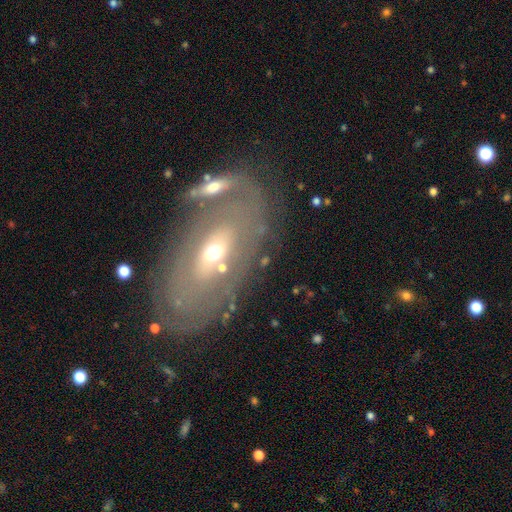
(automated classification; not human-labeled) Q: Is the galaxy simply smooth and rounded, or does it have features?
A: featured or disk — 74%.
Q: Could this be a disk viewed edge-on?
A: no — 89%.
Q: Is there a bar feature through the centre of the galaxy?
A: no — 50%.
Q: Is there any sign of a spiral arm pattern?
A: yes — 67%.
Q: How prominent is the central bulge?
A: moderate — 51%.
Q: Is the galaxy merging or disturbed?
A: none — 71%.